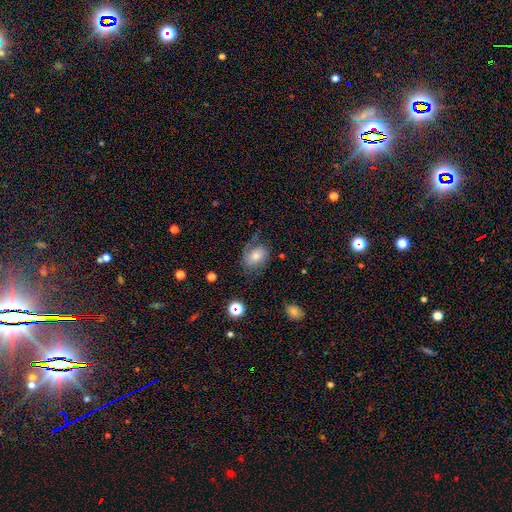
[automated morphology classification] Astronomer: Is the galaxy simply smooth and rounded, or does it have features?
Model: featured or disk — 54% (runner-up: smooth, 35%).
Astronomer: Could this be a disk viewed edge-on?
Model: no — 96%.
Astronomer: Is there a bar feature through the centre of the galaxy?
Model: no — 64%.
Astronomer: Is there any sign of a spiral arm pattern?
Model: yes — 84%.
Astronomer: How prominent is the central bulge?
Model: moderate — 54% (runner-up: small, 33%).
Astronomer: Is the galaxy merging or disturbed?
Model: none — 56%.